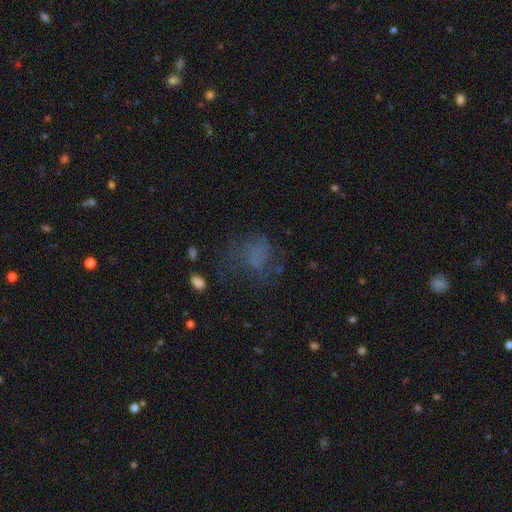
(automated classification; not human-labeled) Smooth or featured? smooth (48%)
Merging? none (45%)